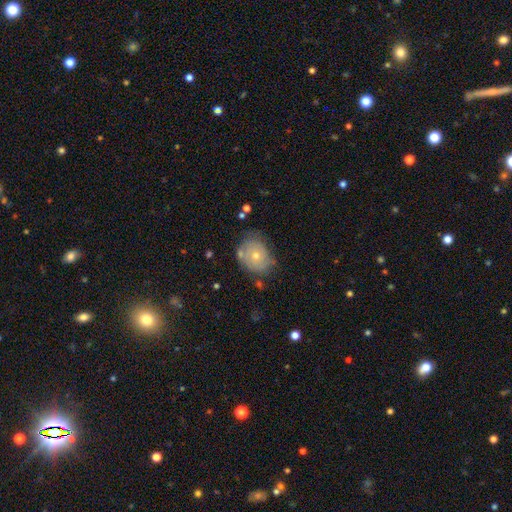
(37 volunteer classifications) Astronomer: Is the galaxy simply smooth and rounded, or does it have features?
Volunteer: featured or disk — 59% (runner-up: smooth, 35%).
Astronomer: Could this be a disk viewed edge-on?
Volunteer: no — 91%.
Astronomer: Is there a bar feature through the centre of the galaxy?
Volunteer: no — 95%.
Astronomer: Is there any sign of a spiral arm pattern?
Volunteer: yes — 90%.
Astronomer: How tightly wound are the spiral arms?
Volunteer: tight — 94%.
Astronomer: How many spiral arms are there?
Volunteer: can't tell — 44% (runner-up: 2, 28%).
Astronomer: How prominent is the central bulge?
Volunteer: moderate — 75%.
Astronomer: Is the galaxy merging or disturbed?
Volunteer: none — 80%.